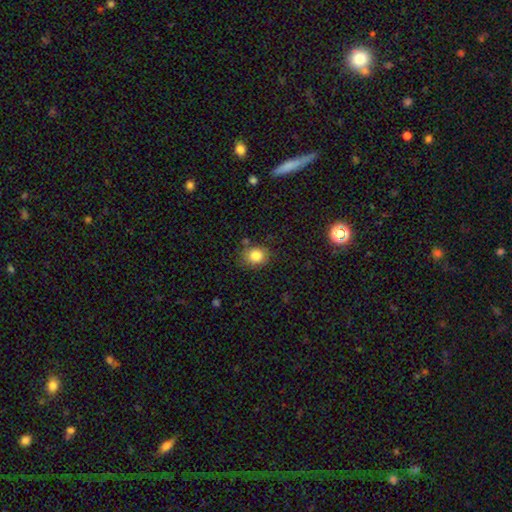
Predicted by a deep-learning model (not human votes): The model was most divided on "how rounded": round: 65%, in between: 34%, cigar-shaped: 1%. More confident: smooth or featured — smooth (83%); merging — none (80%).